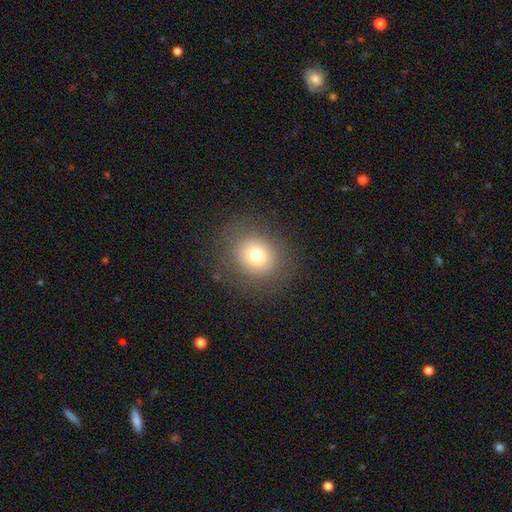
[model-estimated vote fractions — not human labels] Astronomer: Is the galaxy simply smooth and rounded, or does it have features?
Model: smooth — 73%.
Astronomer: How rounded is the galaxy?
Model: round — 74%.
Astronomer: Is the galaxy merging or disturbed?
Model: none — 84%.